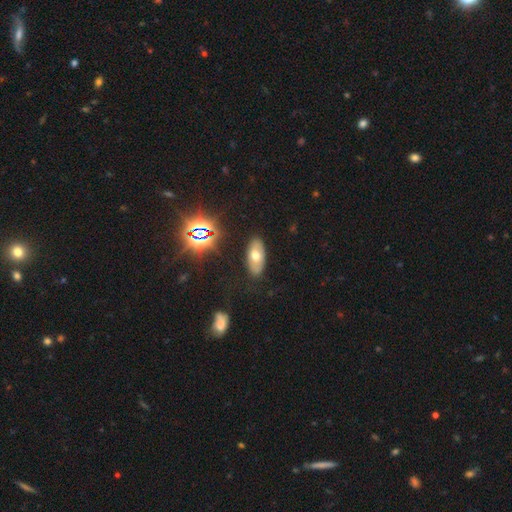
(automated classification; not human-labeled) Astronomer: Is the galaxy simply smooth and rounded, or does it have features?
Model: smooth — 55%.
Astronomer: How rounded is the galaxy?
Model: in between — 90%.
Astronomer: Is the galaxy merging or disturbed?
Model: none — 84%.